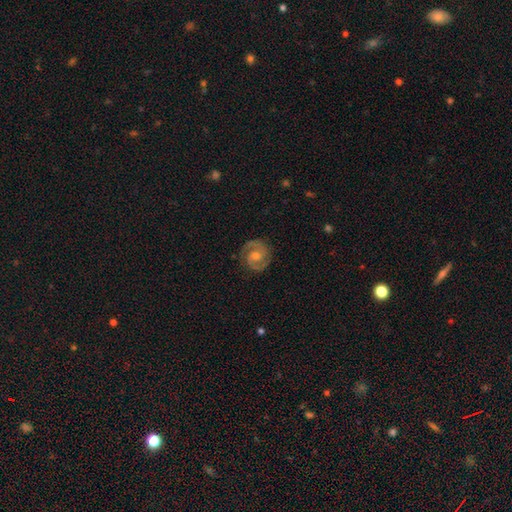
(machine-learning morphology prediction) Smooth or featured? Predicted: featured or disk (p=0.89). Edge-on disk? Predicted: no (p=0.98). Bar? Predicted: no (p=0.50). Spiral arms? Predicted: yes (p=0.97). Spiral winding? Predicted: tight (p=0.48). Spiral arm count? Predicted: 2 (p=0.93). Bulge size? Predicted: moderate (p=0.62). Merging? Predicted: none (p=0.86).